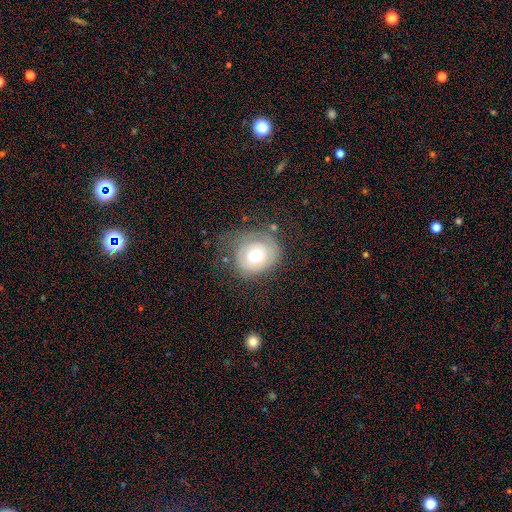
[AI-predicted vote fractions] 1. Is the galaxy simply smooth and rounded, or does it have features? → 49% smooth, 44% featured or disk, 8% star or artifact.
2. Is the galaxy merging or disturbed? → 54% none, 25% minor disturbance, 19% major disturbance, 2% merger.